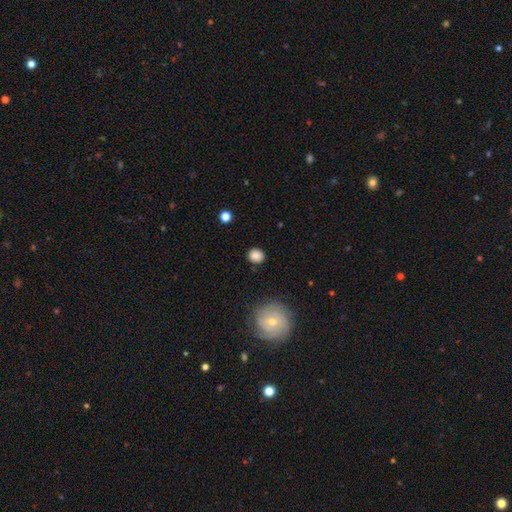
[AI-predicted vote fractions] smooth_or_featured: smooth (p=0.84) [alt: star or artifact p=0.09]
how_rounded: round (p=0.78) [alt: in between p=0.20]
merging: none (p=0.86) [alt: minor disturbance p=0.10]